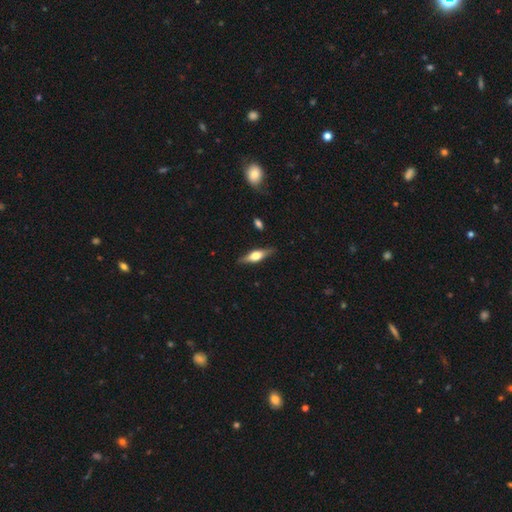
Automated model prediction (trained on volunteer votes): This appears to be a featured or disk galaxy (58%) viewed edge-on (94%) with a rounded central bulge (91%). Merging: none (86%).